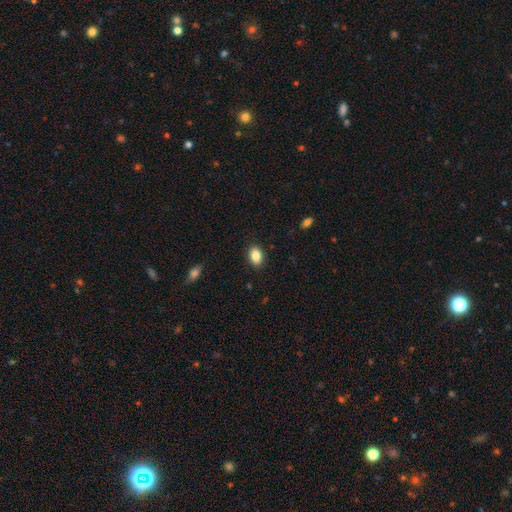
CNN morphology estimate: This is clearly a smooth galaxy (87%). How rounded: clearly in between (83%). Merging: clearly none (88%).